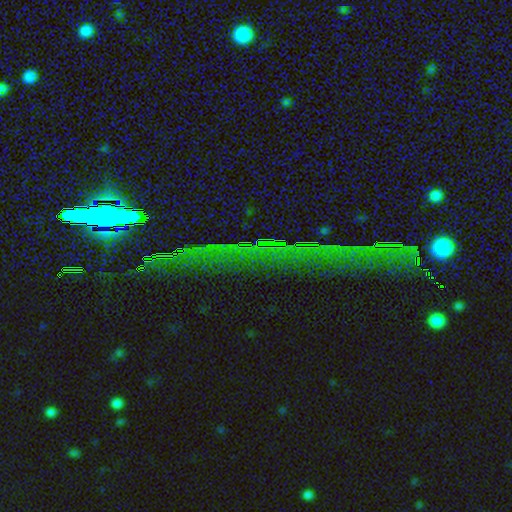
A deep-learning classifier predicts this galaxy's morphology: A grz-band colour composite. It shows a star or artifact, not a galaxy (78%).